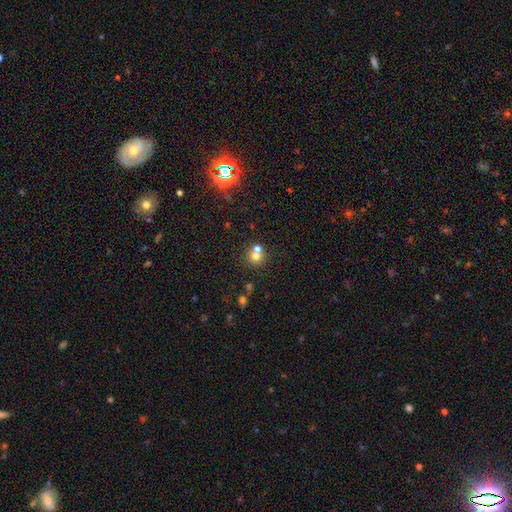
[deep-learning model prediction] A smooth galaxy with no disk features (68%) that is round (86%). Merging: none (47%).